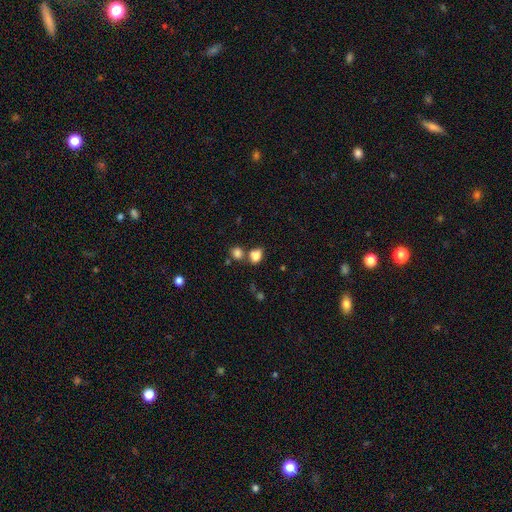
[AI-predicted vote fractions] Overall: smooth (83%). How rounded: in between (69%; round 30%). Merging: none (51%; merger 31%).